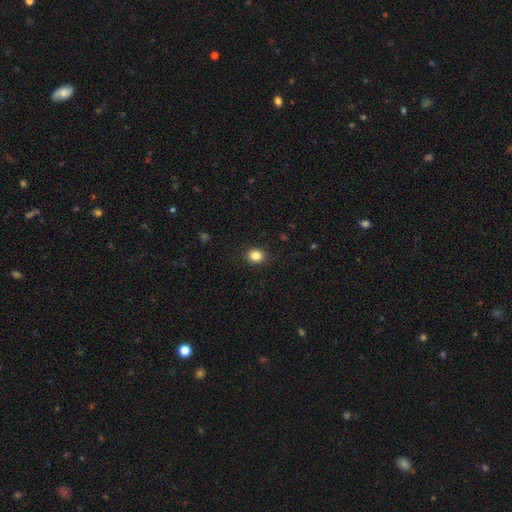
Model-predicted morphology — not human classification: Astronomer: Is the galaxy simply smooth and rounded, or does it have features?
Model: smooth — 84%.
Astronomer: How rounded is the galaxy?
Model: round — 66%.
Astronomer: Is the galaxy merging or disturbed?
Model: none — 90%.